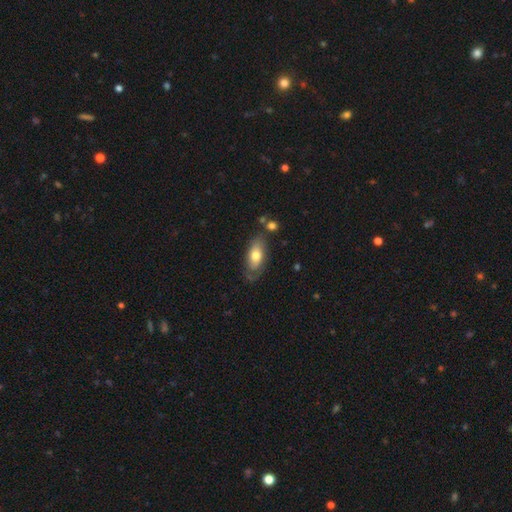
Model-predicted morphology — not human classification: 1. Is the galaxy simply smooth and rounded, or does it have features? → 67% smooth, 27% featured or disk, 6% star or artifact.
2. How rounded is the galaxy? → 86% in between, 10% cigar-shaped, 3% round.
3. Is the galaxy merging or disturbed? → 61% none, 25% minor disturbance, 9% major disturbance, 6% merger.